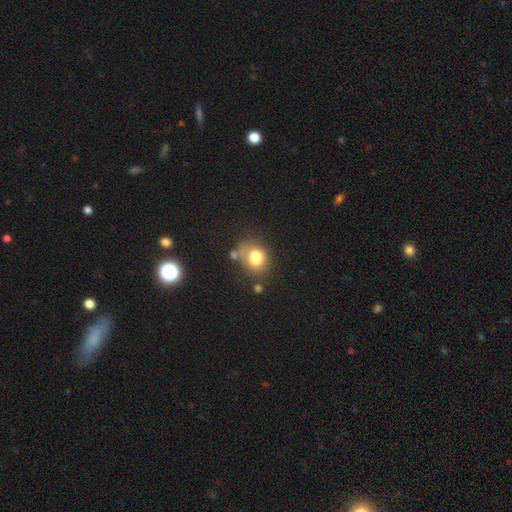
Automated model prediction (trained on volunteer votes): smooth_or_featured: smooth (p=0.78) [alt: star or artifact p=0.11]
how_rounded: round (p=0.59) [alt: in between p=0.40]
merging: none (p=0.56) [alt: minor disturbance p=0.21]